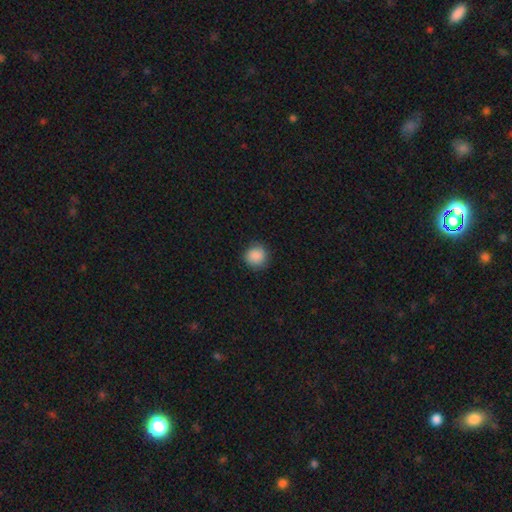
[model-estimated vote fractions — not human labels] A smooth galaxy with no disk features (89%) that is round (90%). Merging: none (85%).